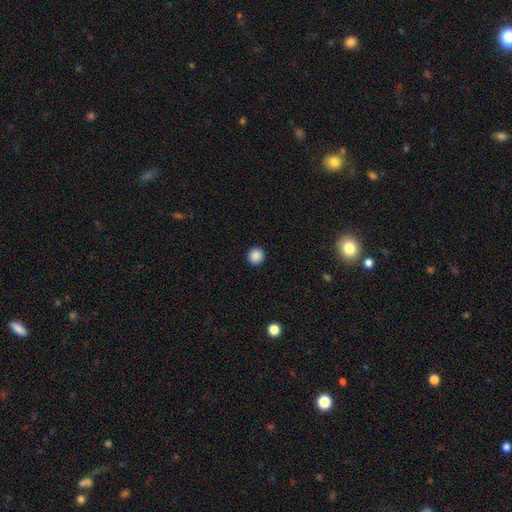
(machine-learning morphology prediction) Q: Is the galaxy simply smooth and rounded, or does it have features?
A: smooth — 88%.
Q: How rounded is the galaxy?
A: round — 95%.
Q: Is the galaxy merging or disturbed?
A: none — 93%.